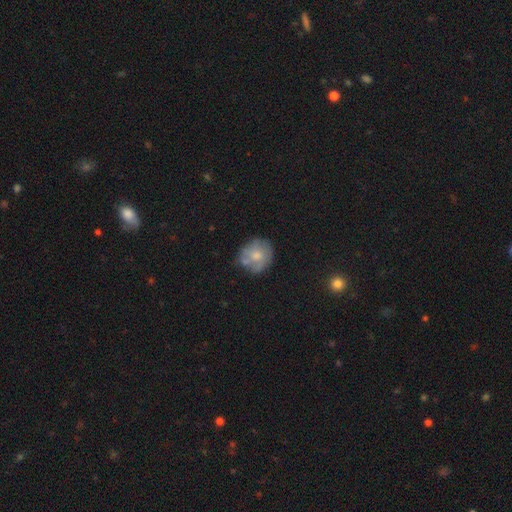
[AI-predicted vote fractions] Overall: smooth (55%; featured or disk 37%). How rounded: round (77%). Merging: none (59%; minor disturbance 25%).